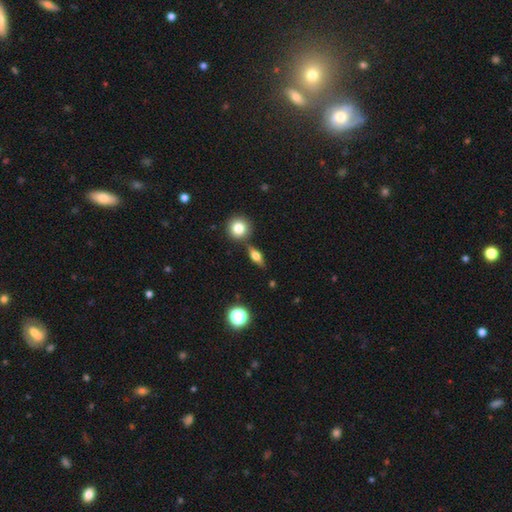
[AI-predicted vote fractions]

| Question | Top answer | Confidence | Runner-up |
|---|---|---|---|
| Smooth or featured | smooth | 50% | featured or disk (39%) |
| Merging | none | 77% | minor disturbance (11%) |